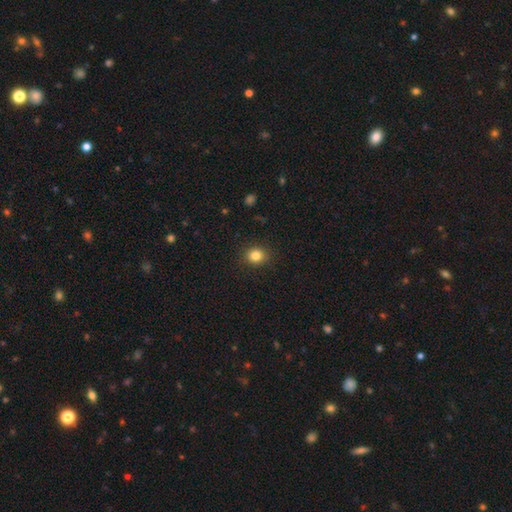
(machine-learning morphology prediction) Smooth or featured: smooth — 83% (star or artifact — 11%)
How rounded: round — 74% (in between — 25%)
Merging: none — 89% (minor disturbance — 8%)